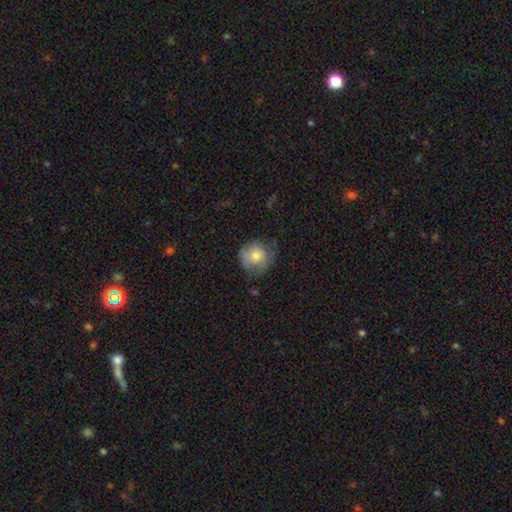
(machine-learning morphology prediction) Smooth or featured? Predicted: smooth (p=0.75). How rounded? Predicted: round (p=0.88). Merging? Predicted: none (p=0.63).